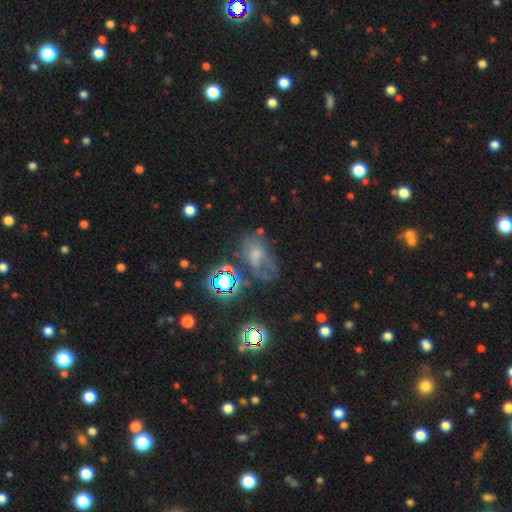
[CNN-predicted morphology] This is marginally a smooth galaxy (41%). Merging: marginally none (35%).